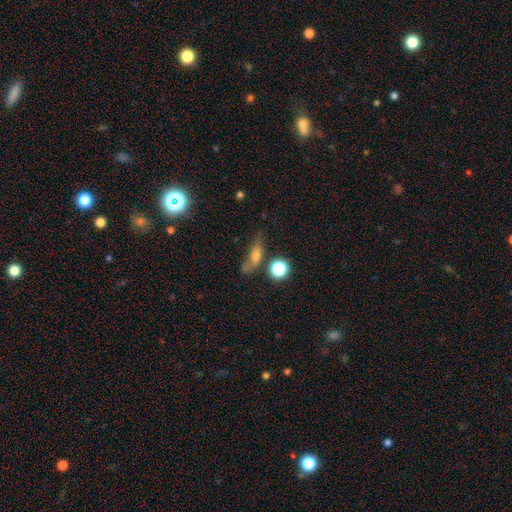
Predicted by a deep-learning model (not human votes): Smooth or featured: smooth — 56% (featured or disk — 26%)
How rounded: in between — 49% (cigar-shaped — 35%)
Merging: none — 52% (minor disturbance — 24%)